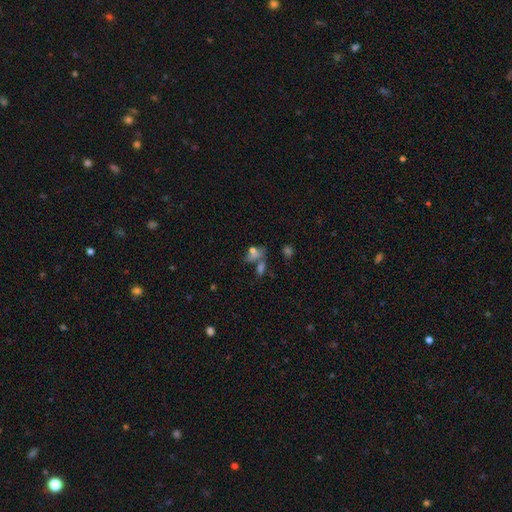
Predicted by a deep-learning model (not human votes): Overall: smooth (57%; star or artifact 22%). How rounded: in between (67%). Merging: none (40%; merger 36%).